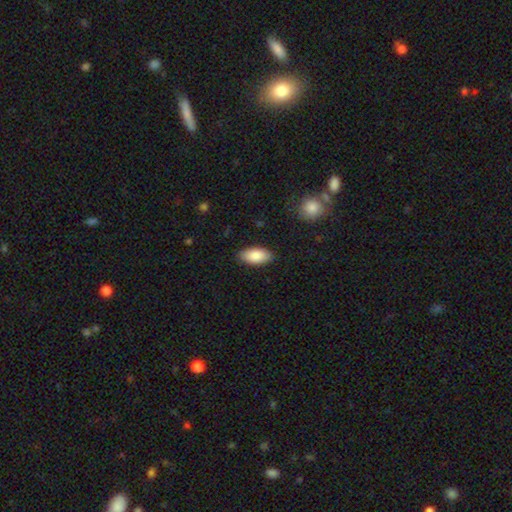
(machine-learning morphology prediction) Smooth or featured? smooth (87%)
How rounded? in between (93%)
Merging? none (87%)